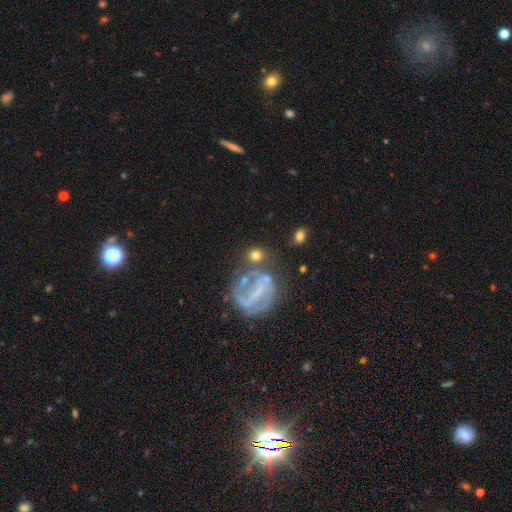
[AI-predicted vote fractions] Smooth or featured? Predicted: smooth (p=0.50). How rounded? Predicted: round (p=0.83). Merging? Predicted: none (p=0.61).